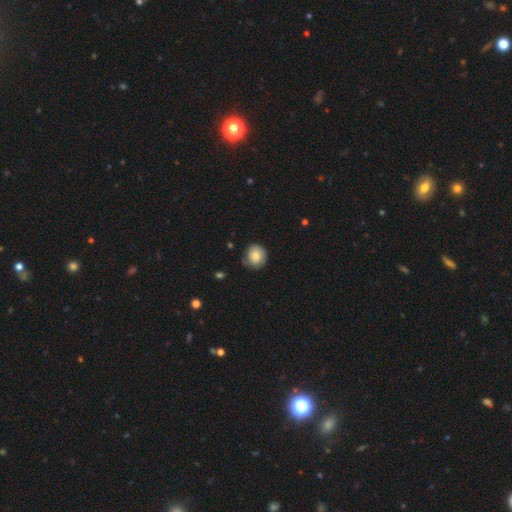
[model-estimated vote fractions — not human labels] A smooth galaxy with no disk features (76%) that is round (87%). Merging: none (72%).